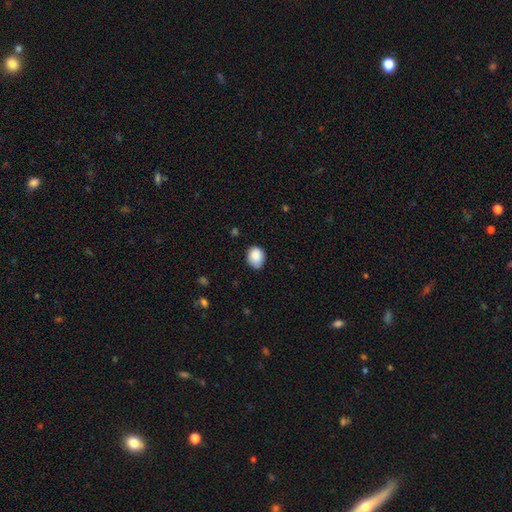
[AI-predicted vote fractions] smooth 87%, star or artifact 8%, featured or disk 5%. Down the decision tree: how rounded — round (52%); merging — none (72%).